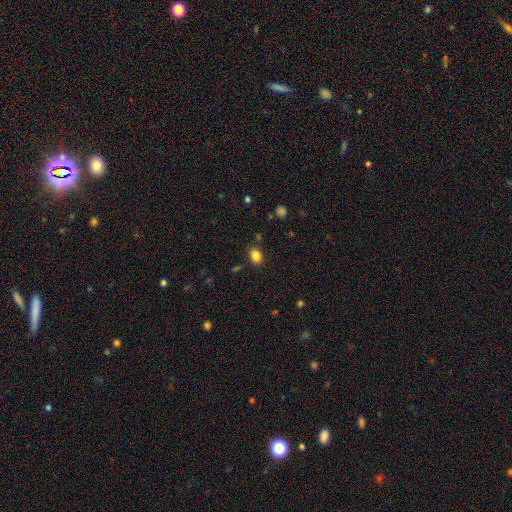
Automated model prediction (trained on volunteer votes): Overall: smooth (83%). How rounded: in between (69%; round 30%). Merging: none (82%).